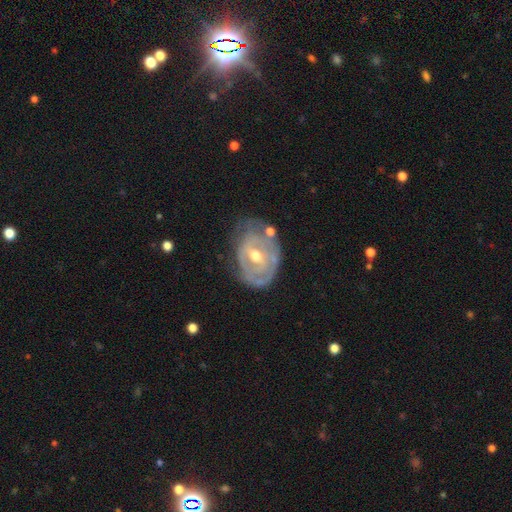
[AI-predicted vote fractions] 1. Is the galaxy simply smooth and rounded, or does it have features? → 78% featured or disk, 16% smooth, 6% star or artifact.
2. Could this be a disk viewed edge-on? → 96% no, 4% yes.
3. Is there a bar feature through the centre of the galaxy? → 43% weak, 42% no, 15% strong.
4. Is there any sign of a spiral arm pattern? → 67% yes, 33% no.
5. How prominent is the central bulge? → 68% moderate, 27% small, 3% large, 1% none, 1% dominant.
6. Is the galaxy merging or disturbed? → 53% none, 30% minor disturbance, 13% major disturbance, 5% merger.